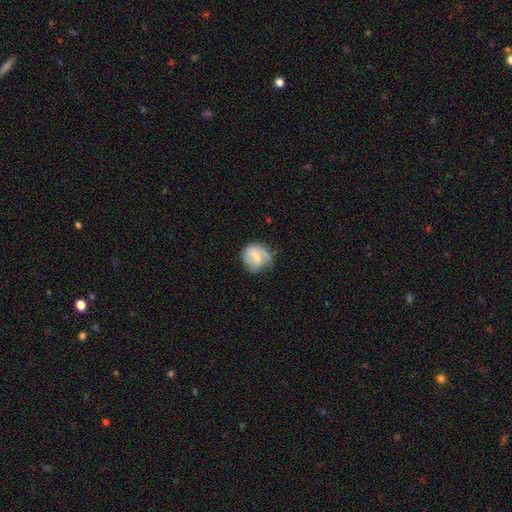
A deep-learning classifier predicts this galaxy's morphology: A featured or disk galaxy (47%). Merging: none (49%).